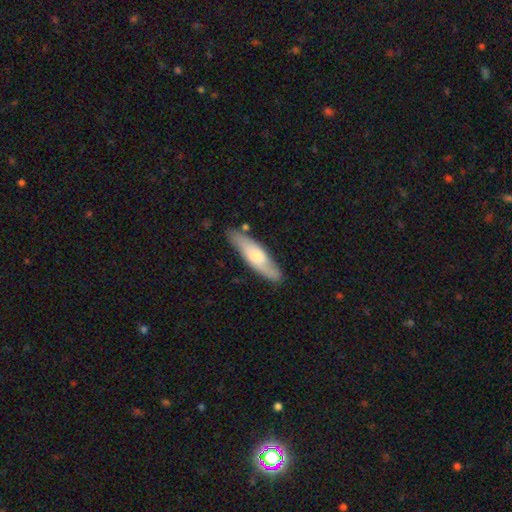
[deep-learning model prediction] smooth-or-featured: smooth: 56% | featured or disk: 39% | star or artifact: 5%
  how-rounded: cigar-shaped: 70% | in between: 28% | round: 2%
  merging: none: 82% | minor disturbance: 13% | major disturbance: 2% | merger: 2%